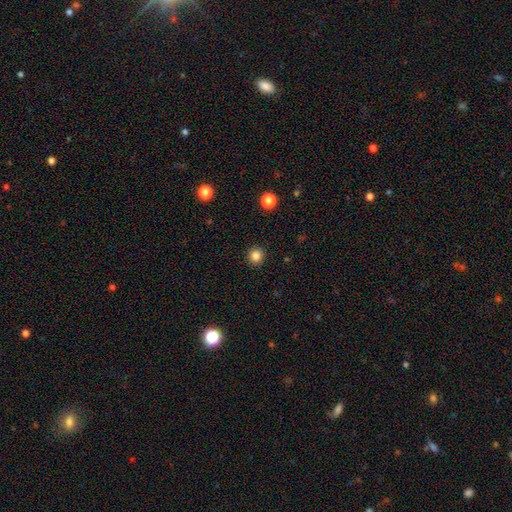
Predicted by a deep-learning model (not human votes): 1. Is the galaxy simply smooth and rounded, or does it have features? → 84% smooth, 12% star or artifact, 4% featured or disk.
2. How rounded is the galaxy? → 93% round, 6% in between, 1% cigar-shaped.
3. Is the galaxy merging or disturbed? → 92% none, 5% minor disturbance, 2% major disturbance, 1% merger.